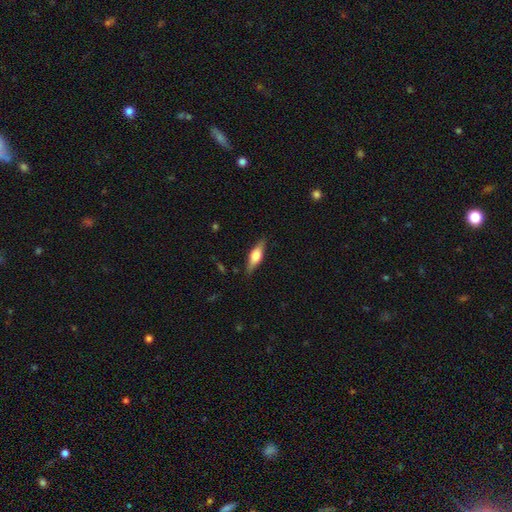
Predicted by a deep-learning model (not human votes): Smooth or featured? Predicted: smooth (p=0.50). Merging? Predicted: none (p=0.84).